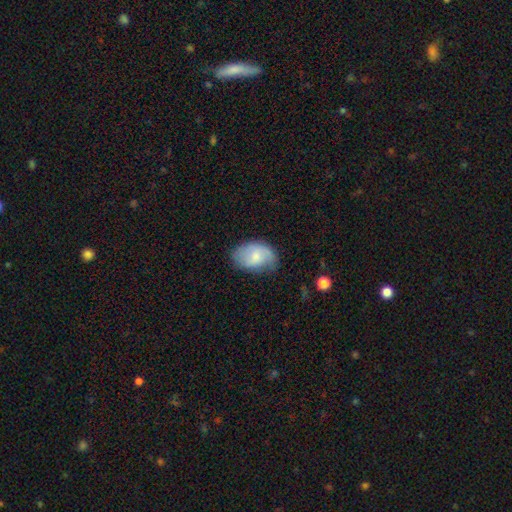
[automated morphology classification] A smooth galaxy with no disk features (61%) that is in between round and cigar-shaped (86%). Merging: none (61%).